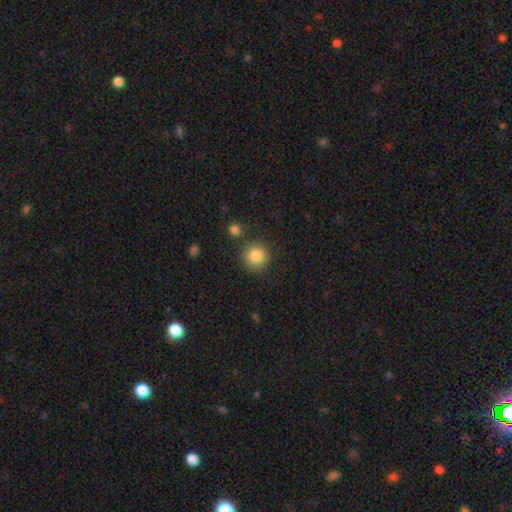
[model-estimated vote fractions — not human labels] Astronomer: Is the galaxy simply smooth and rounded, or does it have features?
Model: smooth — 86%.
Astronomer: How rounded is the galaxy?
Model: round — 93%.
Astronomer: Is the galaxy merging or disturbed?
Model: none — 84%.